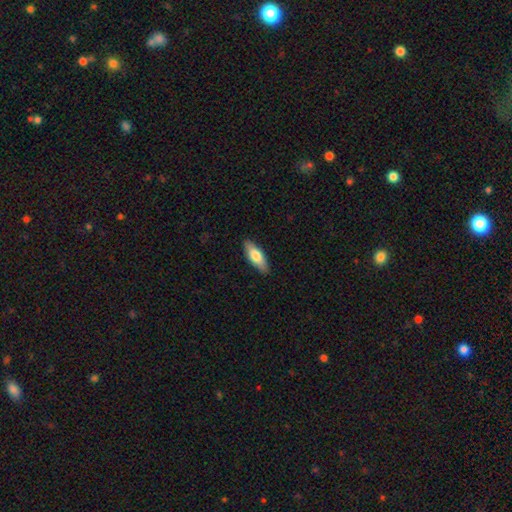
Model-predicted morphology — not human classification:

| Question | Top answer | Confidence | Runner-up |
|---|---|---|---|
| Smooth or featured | smooth | 73% | featured or disk (21%) |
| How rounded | in between | 66% | cigar-shaped (32%) |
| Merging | none | 88% | minor disturbance (9%) |